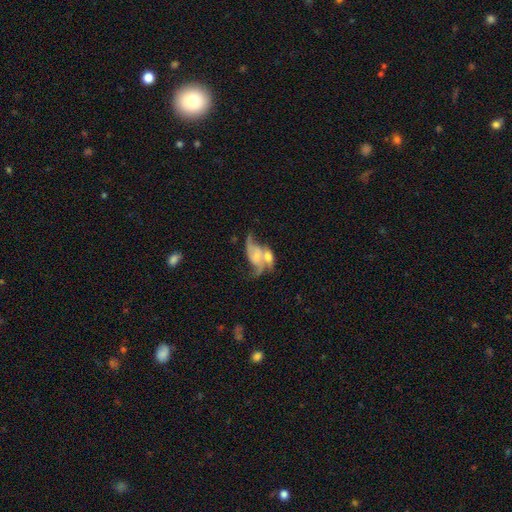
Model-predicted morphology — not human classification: Smooth or featured: featured or disk — 74% (smooth — 19%)
Edge-on disk: no — 96% (yes — 4%)
Bar: no — 59% (weak — 32%)
Spiral arms: yes — 86% (no — 14%)
Spiral winding: loose — 65% (medium — 27%)
Spiral arm count: 2 — 80% (can't tell — 7%)
Bulge size: small — 46% (moderate — 27%)
Merging: merger — 55% (none — 19%)